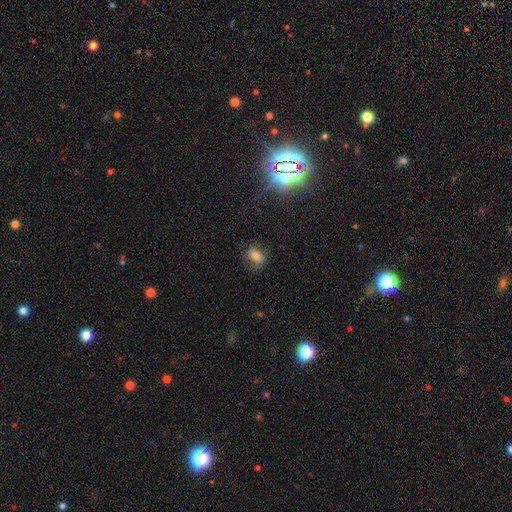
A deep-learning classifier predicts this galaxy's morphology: type=smooth (72%); roundness=in between (73%); merging=none (68%).